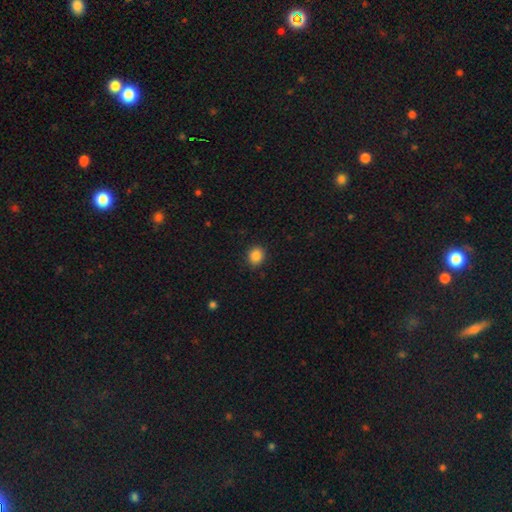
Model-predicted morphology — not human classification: The model was most divided on "how rounded": round: 75%, in between: 24%, cigar-shaped: 1%. More confident: merging — none (90%); smooth or featured — smooth (87%).